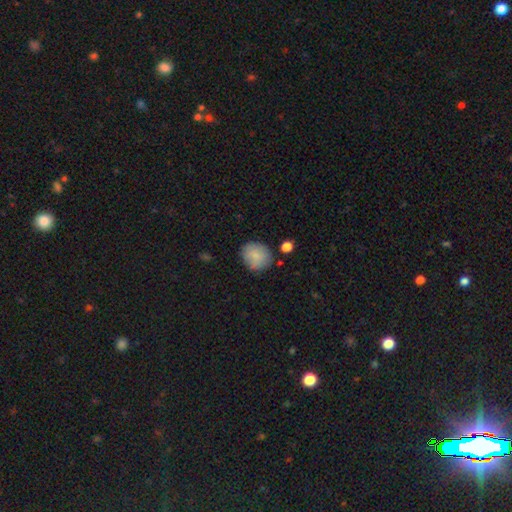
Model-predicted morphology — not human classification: smooth 84%, featured or disk 9%, star or artifact 7%. Down the decision tree: how rounded — round (71%); merging — none (76%).